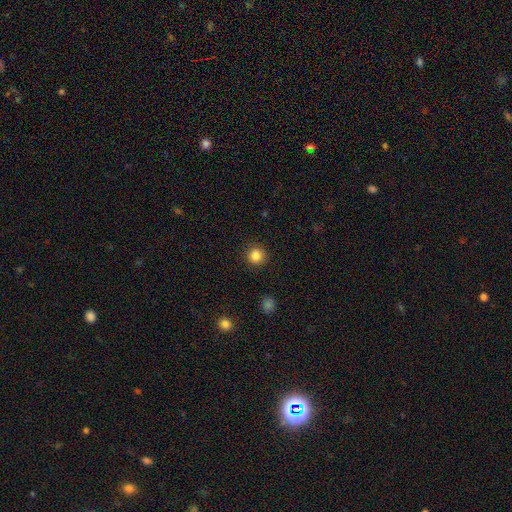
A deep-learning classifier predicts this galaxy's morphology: A smooth galaxy with no disk features (84%) that is round (94%). Merging: none (91%).